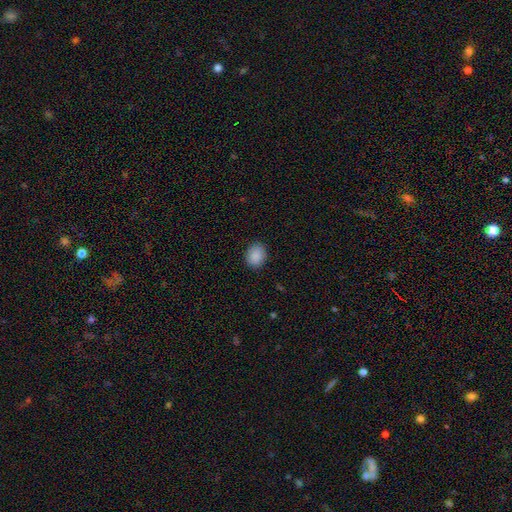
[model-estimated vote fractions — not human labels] smooth_or_featured: smooth (p=0.89) [alt: star or artifact p=0.08]
how_rounded: in between (p=0.50) [alt: round p=0.49]
merging: none (p=0.87) [alt: minor disturbance p=0.10]